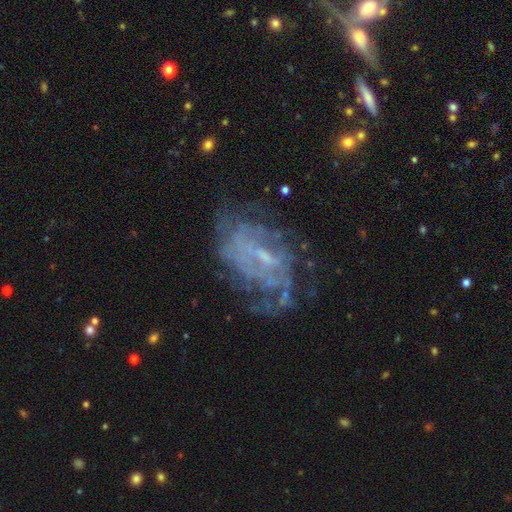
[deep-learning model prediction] Overall: featured or disk (77%). Edge-on disk: no (96%). Bar: weak (49%; no 35%). Spiral arms: yes (74%). Spiral arm count: can't tell (57%). Spiral winding: tight (46%; medium 36%). Bulge size: small (56%; moderate 21%). Merging: none (54%; minor disturbance 21%).